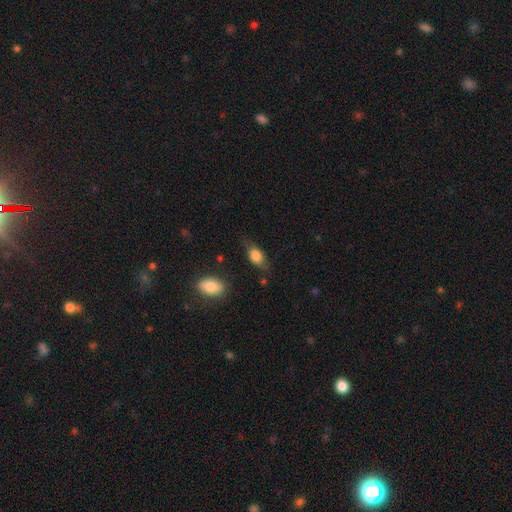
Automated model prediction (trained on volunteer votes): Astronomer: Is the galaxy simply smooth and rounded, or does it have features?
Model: smooth — 76%.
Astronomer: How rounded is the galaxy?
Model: in between — 82%.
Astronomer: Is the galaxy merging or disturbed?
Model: none — 68%.